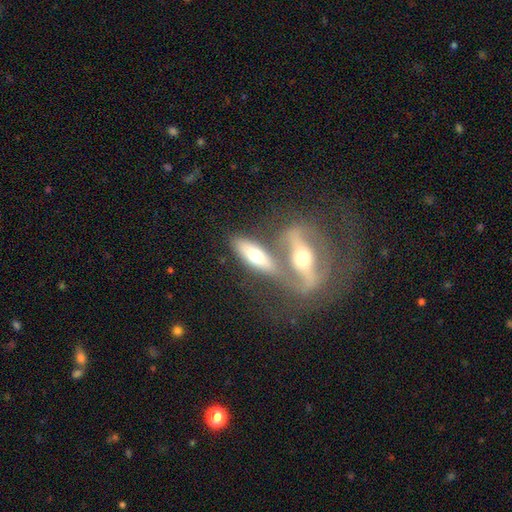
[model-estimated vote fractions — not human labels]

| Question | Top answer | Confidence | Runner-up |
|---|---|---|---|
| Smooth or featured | featured or disk | 49% | smooth (45%) |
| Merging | none | 45% | merger (40%) |